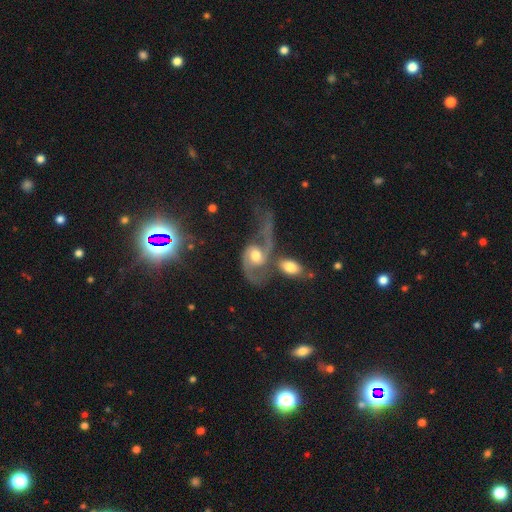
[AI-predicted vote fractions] The model was most divided on "merging": merger: 35%, major disturbance: 29%, none: 23%, minor disturbance: 13%. More confident: edge-on disk — no (96%); spiral arms — yes (92%); spiral arm count — 2 (86%); smooth or featured — featured or disk (81%); bulge size — moderate (63%); spiral winding — loose (63%); bar — no (59%).